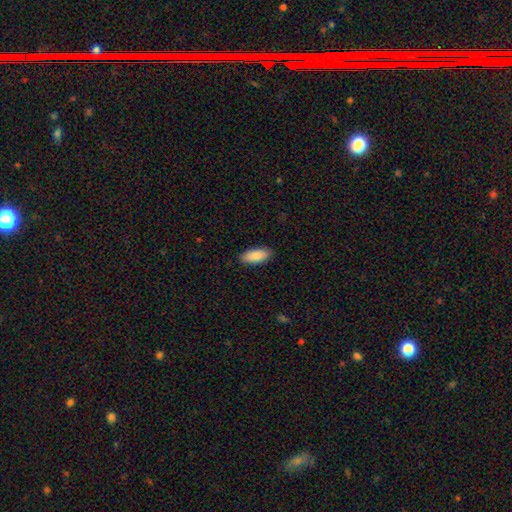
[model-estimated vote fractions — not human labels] This is clearly a smooth galaxy (88%). How rounded: clearly in between (86%). Merging: clearly none (89%).